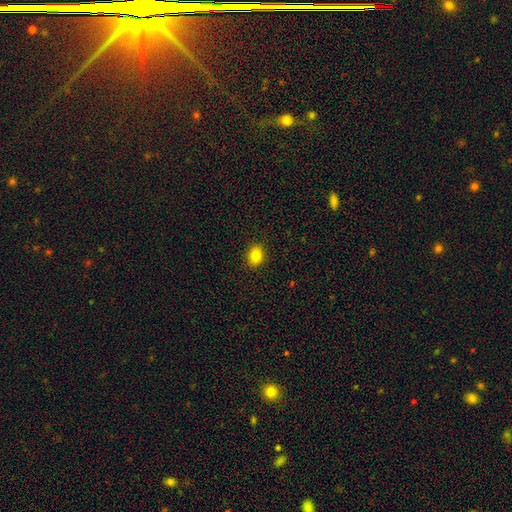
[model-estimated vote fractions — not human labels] Morphology: type=smooth (83%); roundness=in between (64%); merging=none (90%).